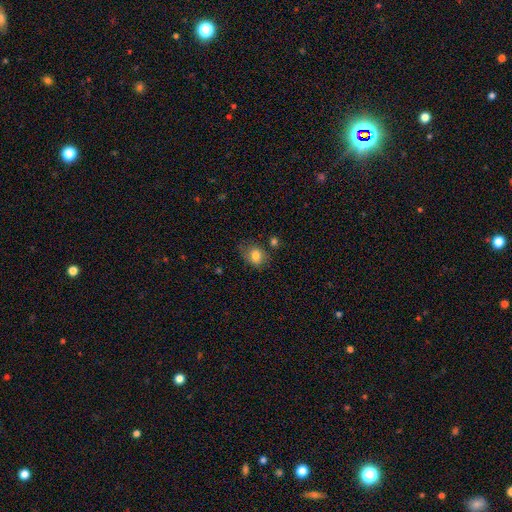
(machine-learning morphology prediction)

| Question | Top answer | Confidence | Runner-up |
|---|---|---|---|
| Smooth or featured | smooth | 80% | featured or disk (11%) |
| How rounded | in between | 52% | round (47%) |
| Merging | none | 63% | minor disturbance (24%) |